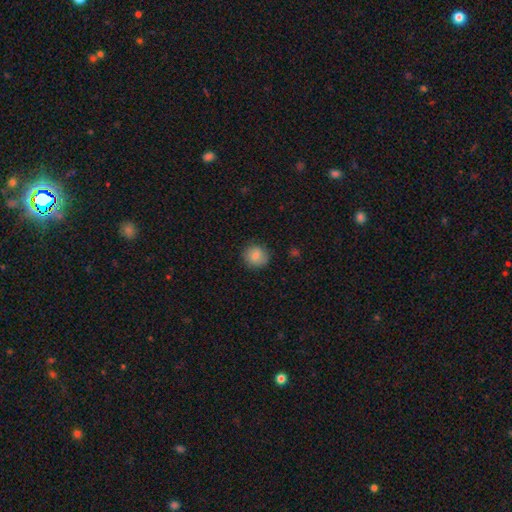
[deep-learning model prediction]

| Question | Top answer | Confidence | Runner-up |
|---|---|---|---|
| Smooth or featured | smooth | 82% | featured or disk (10%) |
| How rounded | round | 89% | in between (10%) |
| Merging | none | 84% | minor disturbance (12%) |